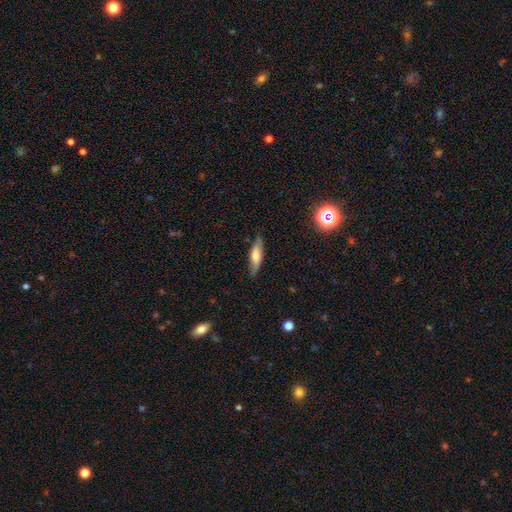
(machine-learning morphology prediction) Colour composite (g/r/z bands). It shows a smooth galaxy with no disk features (58%) that is cigar-shaped (53%). Merging: none (79%).